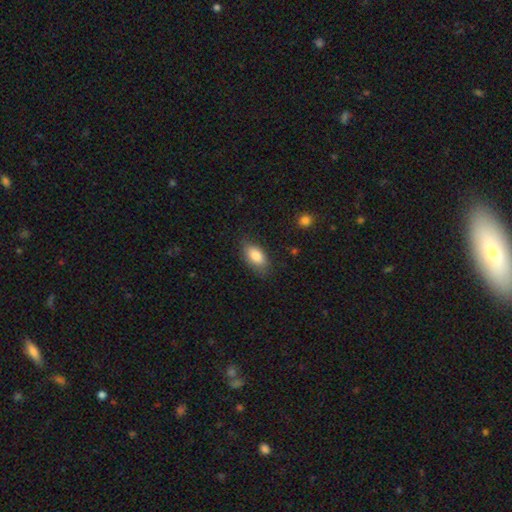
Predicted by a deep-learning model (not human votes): Smooth or featured?
  - smooth: 85% *
  - featured or disk: 8%
  - star or artifact: 7%
How rounded?
  - in between: 91% *
  - cigar-shaped: 5%
  - round: 5%
Merging?
  - none: 78% *
  - minor disturbance: 16%
  - major disturbance: 4%
  - merger: 1%